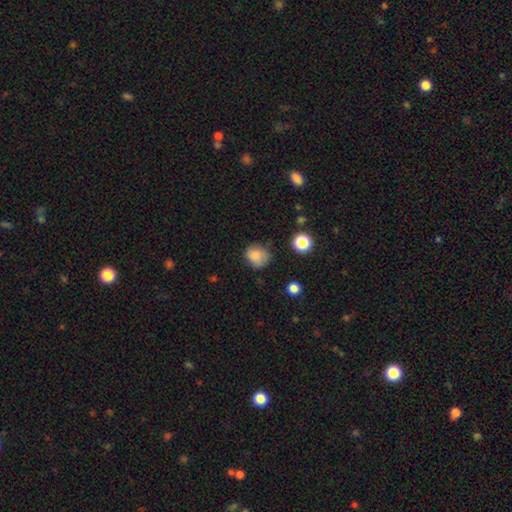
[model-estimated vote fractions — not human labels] Overall: smooth (83%). How rounded: round (72%). Merging: none (65%; minor disturbance 26%).